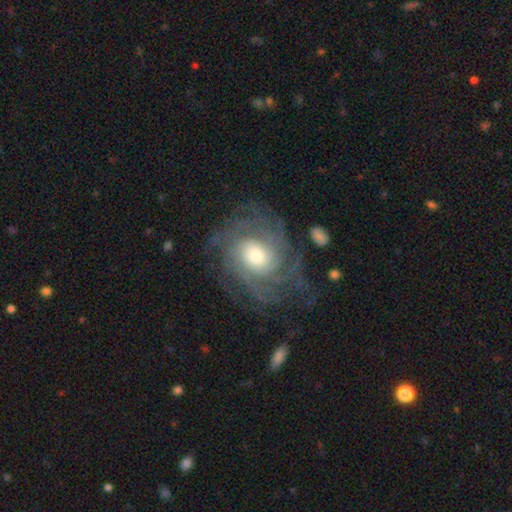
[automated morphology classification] type=featured or disk (84%); edge-on=no (97%); bar=no (76%); spiral arms=yes (96%); winding=tight (62%); arm count=can't tell (29%); bulge=moderate (51%); merging=none (73%).